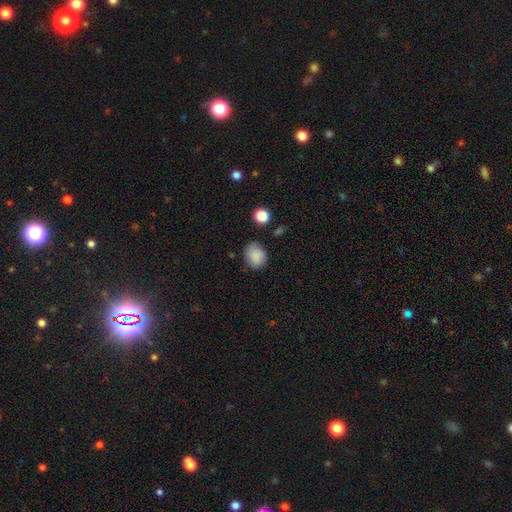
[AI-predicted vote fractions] A smooth galaxy with no disk features (87%) that is round (54%).

Vote fractions:
- Smooth or featured? smooth: 87% / star or artifact: 9% / featured or disk: 5%
- How rounded? round: 54% / in between: 45% / cigar-shaped: 1%
- Merging? none: 75% / minor disturbance: 18% / major disturbance: 4% / merger: 3%